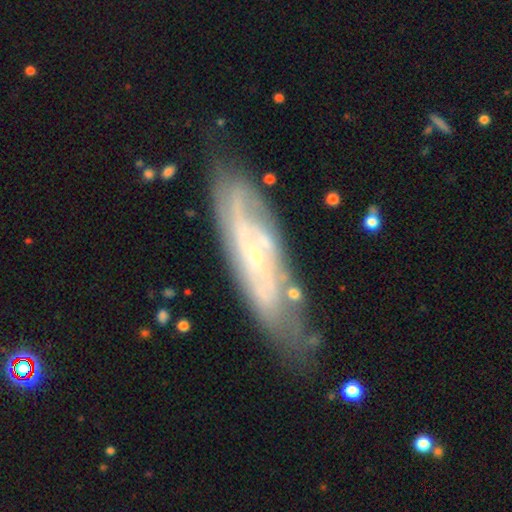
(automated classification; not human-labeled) smooth_or_featured: featured or disk (p=0.80) [alt: smooth p=0.14]
disk_edge_on: no (p=0.79) [alt: yes p=0.21]
bar: no (p=0.68) [alt: weak p=0.25]
has_spiral_arms: yes (p=0.90) [alt: no p=0.10]
spiral_winding: tight (p=0.60) [alt: medium p=0.31]
spiral_arm_count: can't tell (p=0.48) [alt: 2 p=0.26]
bulge_size: small (p=0.80) [alt: moderate p=0.15]
merging: none (p=0.74) [alt: minor disturbance p=0.18]